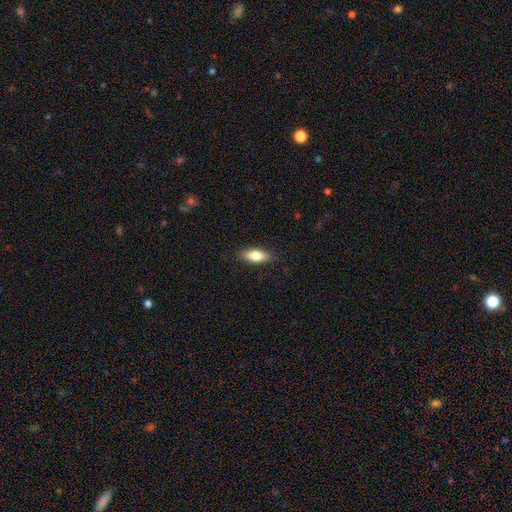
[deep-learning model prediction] A smooth galaxy with no disk features (79%) that is in between round and cigar-shaped (75%). Merging: none (86%).